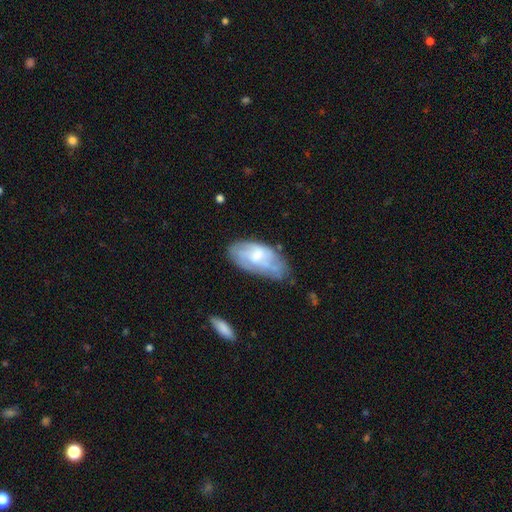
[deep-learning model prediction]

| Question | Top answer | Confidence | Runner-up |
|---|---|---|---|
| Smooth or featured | featured or disk | 48% | smooth (45%) |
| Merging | none | 51% | minor disturbance (32%) |